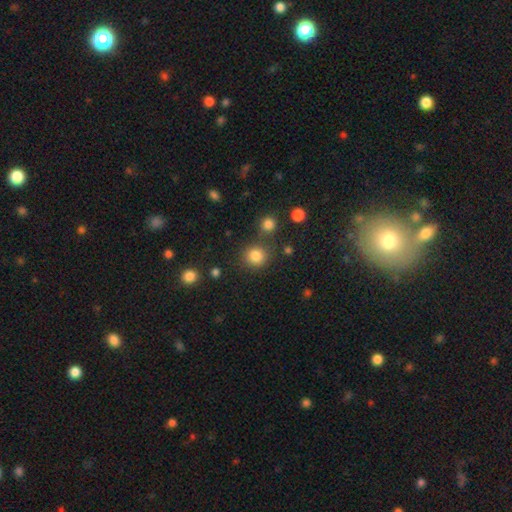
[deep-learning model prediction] The model was most divided on "merging": none: 77%, merger: 10%, minor disturbance: 9%, major disturbance: 4%. More confident: how rounded — round (89%); smooth or featured — smooth (83%).